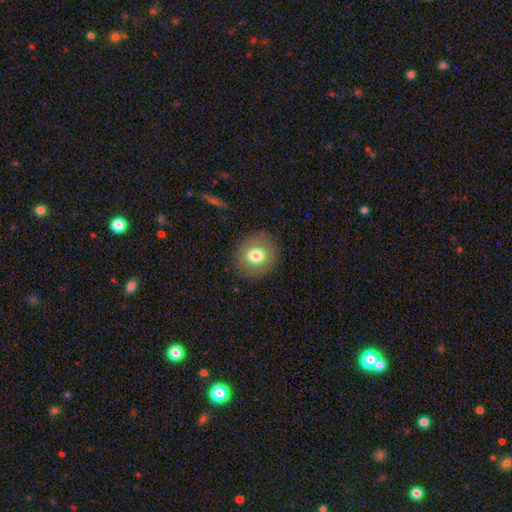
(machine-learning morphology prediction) Smooth or featured? smooth (74%)
How rounded? round (78%)
Merging? none (86%)